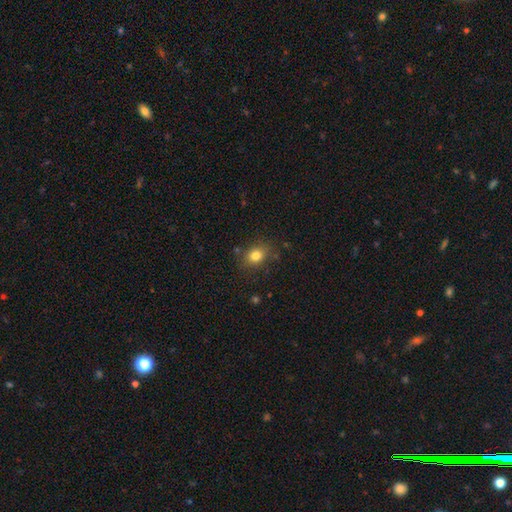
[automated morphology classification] Q: Smooth or featured?
A: smooth (81%); runner-up: star or artifact (11%)
Q: How rounded?
A: in between (52%); runner-up: round (47%)
Q: Merging?
A: none (81%); runner-up: minor disturbance (13%)